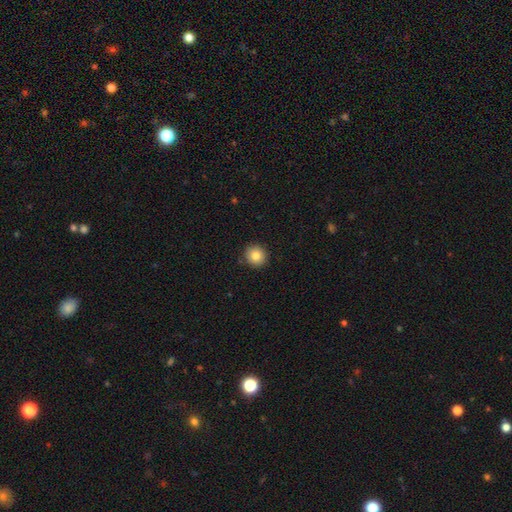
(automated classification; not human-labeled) smooth 83%, star or artifact 9%, featured or disk 7%. Down the decision tree: how rounded — round (91%); merging — none (91%).